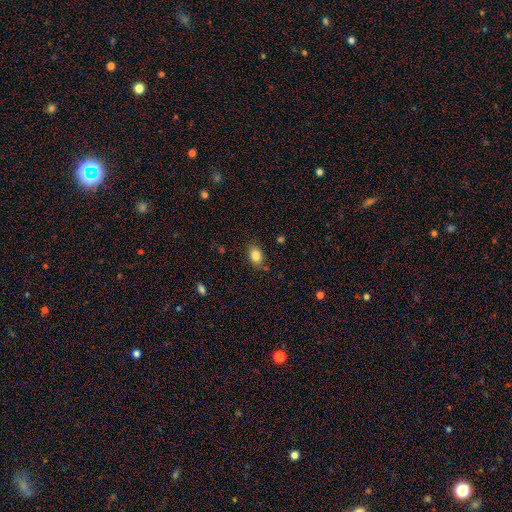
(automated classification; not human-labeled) The model was most divided on "how rounded": in between: 74%, round: 25%, cigar-shaped: 1%. More confident: smooth or featured — smooth (84%); merging — none (83%).